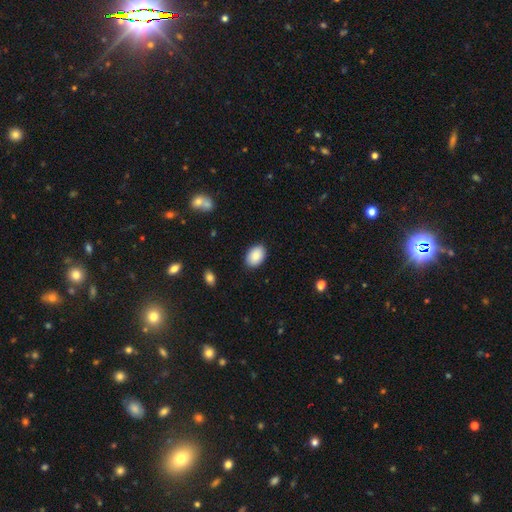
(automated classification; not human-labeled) This is clearly a smooth galaxy (87%). How rounded: clearly in between (86%). Merging: clearly none (88%).